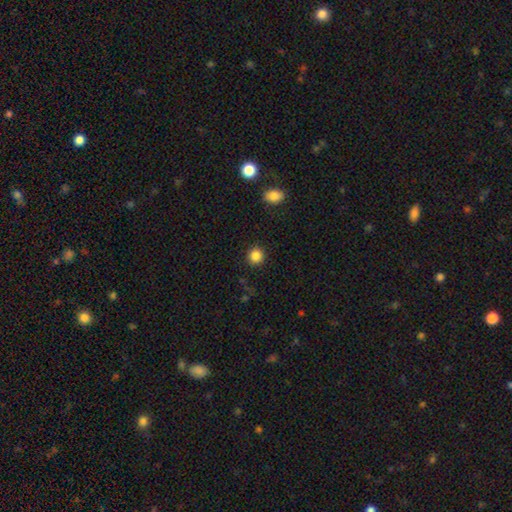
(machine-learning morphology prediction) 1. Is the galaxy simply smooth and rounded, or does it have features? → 85% smooth, 11% star or artifact, 4% featured or disk.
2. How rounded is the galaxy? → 92% round, 7% in between, 1% cigar-shaped.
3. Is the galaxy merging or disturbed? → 91% none, 6% minor disturbance, 2% major disturbance, 1% merger.